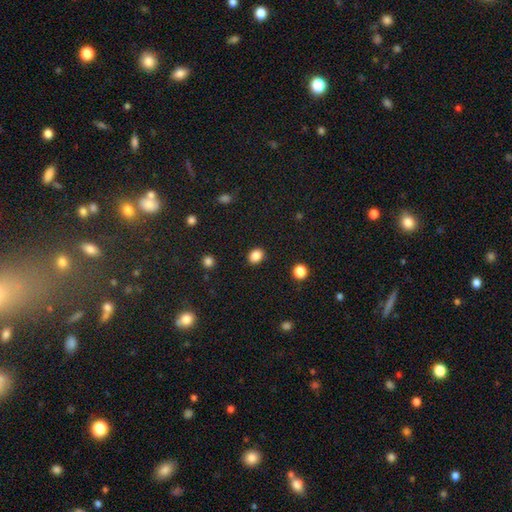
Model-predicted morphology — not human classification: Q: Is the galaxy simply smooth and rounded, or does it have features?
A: smooth — 86%.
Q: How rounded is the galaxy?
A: in between — 52%.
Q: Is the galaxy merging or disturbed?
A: none — 89%.